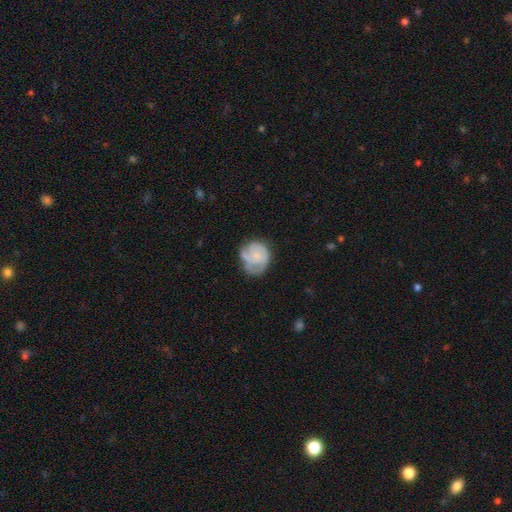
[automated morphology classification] Smooth or featured? Predicted: featured or disk (p=0.49). Merging? Predicted: none (p=0.53).